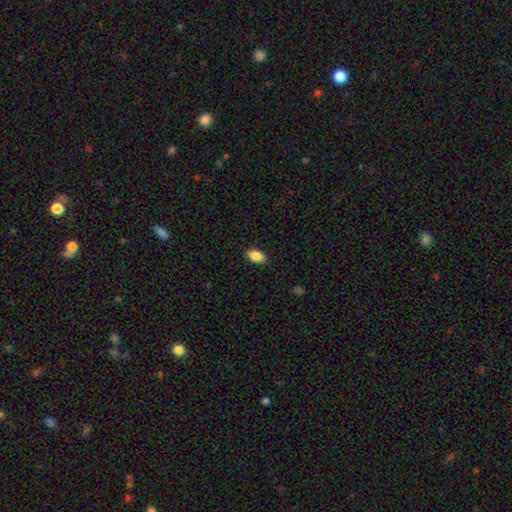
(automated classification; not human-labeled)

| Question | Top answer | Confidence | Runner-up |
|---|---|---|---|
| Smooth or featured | smooth | 87% | star or artifact (7%) |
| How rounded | in between | 92% | round (6%) |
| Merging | none | 88% | minor disturbance (9%) |